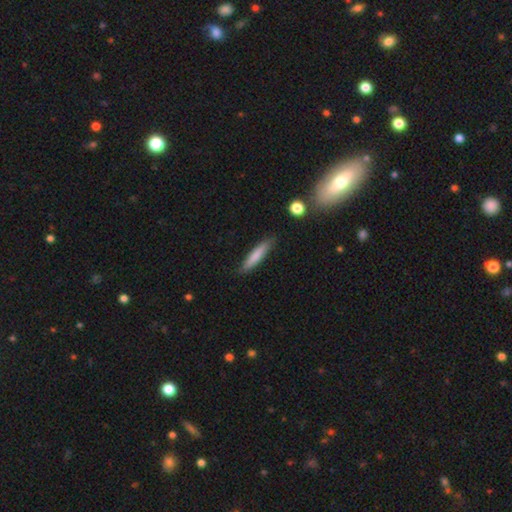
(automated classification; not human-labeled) Q: Smooth or featured?
A: smooth (77%); runner-up: featured or disk (17%)
Q: How rounded?
A: cigar-shaped (86%); runner-up: in between (12%)
Q: Merging?
A: none (83%); runner-up: minor disturbance (13%)